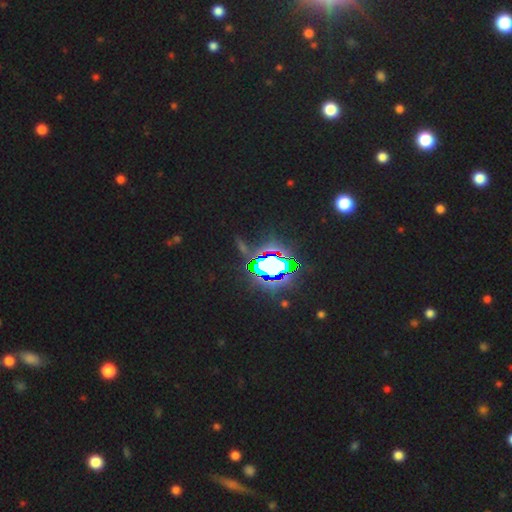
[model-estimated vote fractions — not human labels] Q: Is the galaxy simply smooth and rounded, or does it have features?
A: star or artifact — 84%.